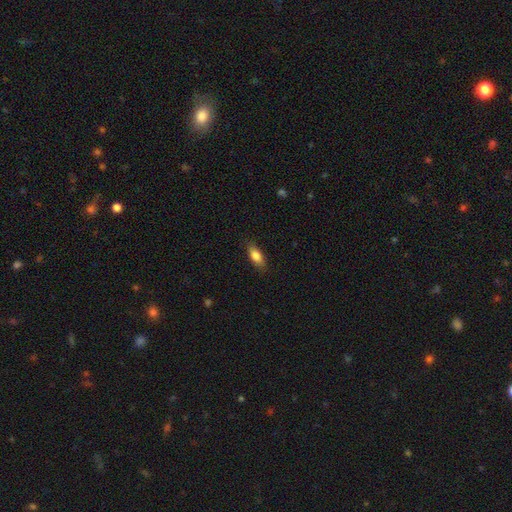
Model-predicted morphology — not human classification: This appears to be a smooth galaxy with no disk features (82%) that is in between round and cigar-shaped (80%). Merging: none (85%).